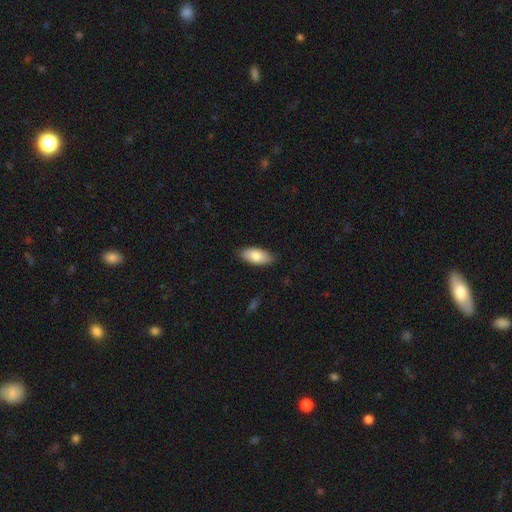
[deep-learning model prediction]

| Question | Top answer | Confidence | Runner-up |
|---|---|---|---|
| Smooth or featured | smooth | 81% | featured or disk (13%) |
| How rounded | in between | 89% | cigar-shaped (8%) |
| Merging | none | 85% | minor disturbance (12%) |